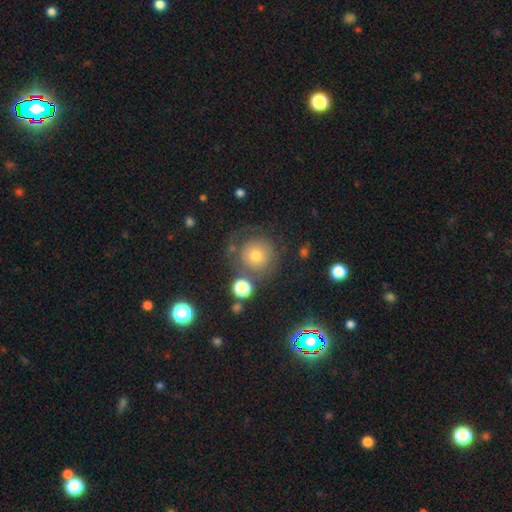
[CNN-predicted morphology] smooth_or_featured: smooth (p=0.59) [alt: featured or disk p=0.28]
how_rounded: round (p=0.93) [alt: in between p=0.06]
merging: none (p=0.66) [alt: minor disturbance p=0.16]